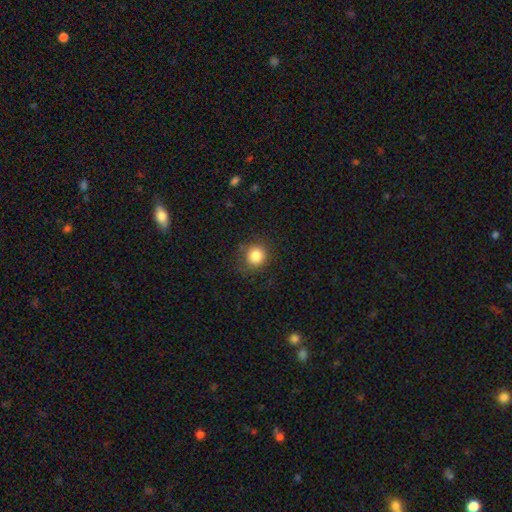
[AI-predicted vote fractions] Overall: smooth (84%). How rounded: round (88%). Merging: none (78%).